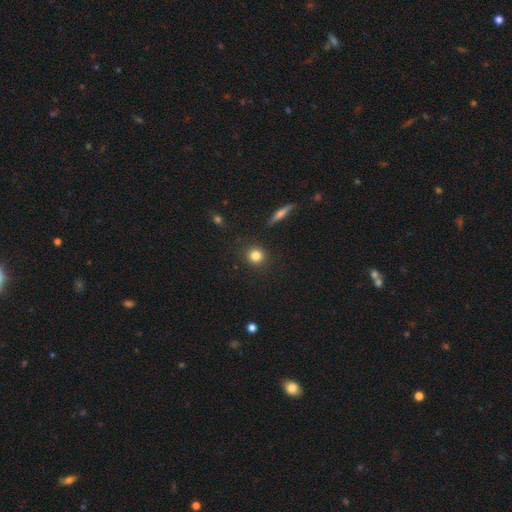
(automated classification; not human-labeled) A smooth galaxy with no disk features (82%) that is round (90%).

Vote fractions:
- Smooth or featured? smooth: 82% / star or artifact: 11% / featured or disk: 7%
- How rounded? round: 90% / in between: 8% / cigar-shaped: 1%
- Merging? none: 90% / minor disturbance: 6% / major disturbance: 2% / merger: 2%